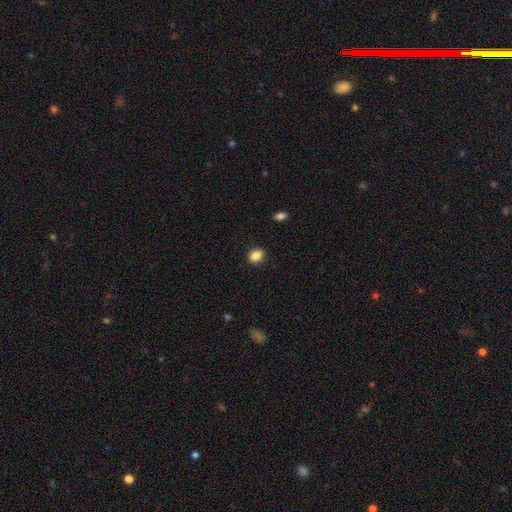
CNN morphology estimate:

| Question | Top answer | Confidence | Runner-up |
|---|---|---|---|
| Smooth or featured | smooth | 87% | star or artifact (9%) |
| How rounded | in between | 61% | round (38%) |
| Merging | none | 89% | minor disturbance (7%) |